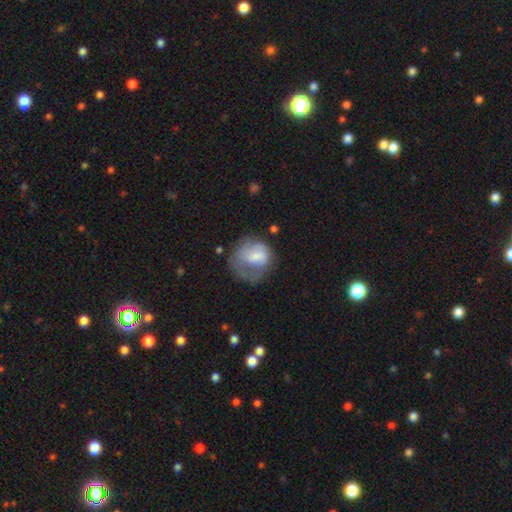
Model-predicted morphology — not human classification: smooth_or_featured: smooth (p=0.58) [alt: featured or disk p=0.33]
how_rounded: round (p=0.65) [alt: in between p=0.34]
merging: major disturbance (p=0.40) [alt: none p=0.31]